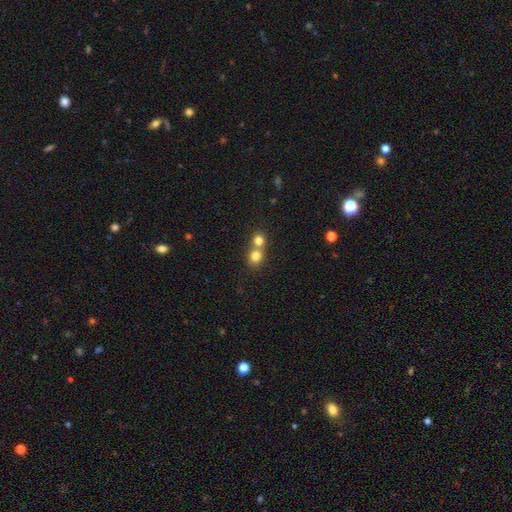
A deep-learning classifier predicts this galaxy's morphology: This appears to be a smooth galaxy with no disk features (78%) that is round (81%). Merging: merger (57%).